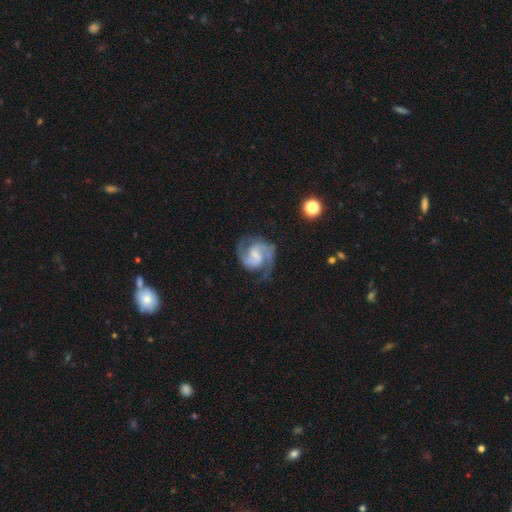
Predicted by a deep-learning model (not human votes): Smooth or featured?
  - featured or disk: 90% *
  - smooth: 5%
  - star or artifact: 5%
Edge-on disk?
  - no: 98% *
  - yes: 2%
Bar?
  - weak: 56% *
  - no: 26%
  - strong: 18%
Spiral arms?
  - yes: 98% *
  - no: 2%
Spiral winding?
  - medium: 59% *
  - tight: 28%
  - loose: 13%
Spiral arm count?
  - 2: 91% *
  - can't tell: 3%
  - 3: 2%
  - 1: 2%
  - 4: 1%
  - more than 4: 1%
Bulge size?
  - small: 42% *
  - moderate: 28%
  - none: 26%
  - large: 4%
  - dominant: 1%
Merging?
  - none: 73% *
  - minor disturbance: 17%
  - major disturbance: 8%
  - merger: 2%